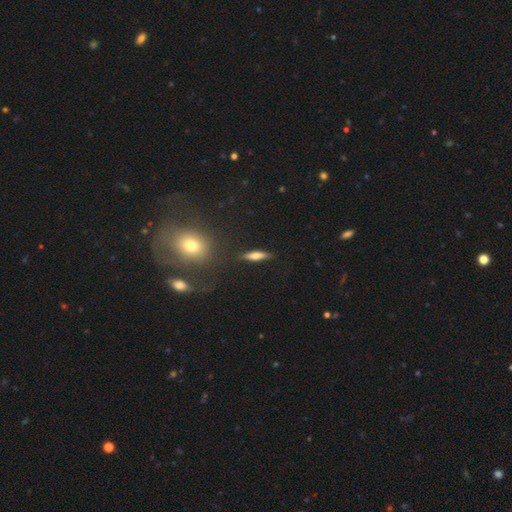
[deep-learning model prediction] smooth 59%, featured or disk 33%, star or artifact 8%. Down the decision tree: how rounded — cigar-shaped (73%); merging — none (86%).